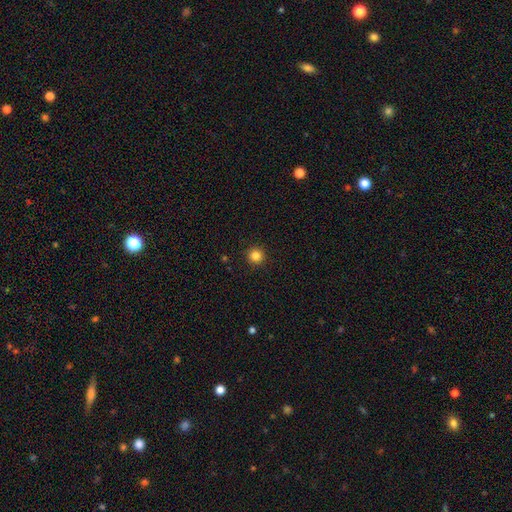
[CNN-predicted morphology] This is clearly a smooth galaxy (84%). How rounded: clearly round (96%). Merging: clearly none (93%).